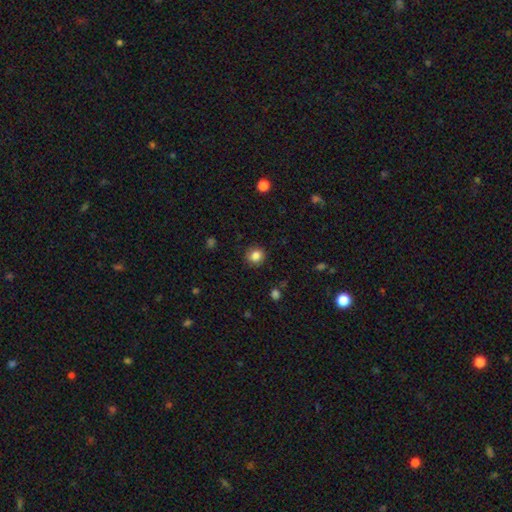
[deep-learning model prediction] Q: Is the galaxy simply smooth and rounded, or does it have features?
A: smooth — 84%.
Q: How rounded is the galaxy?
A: round — 85%.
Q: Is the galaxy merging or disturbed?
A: none — 88%.